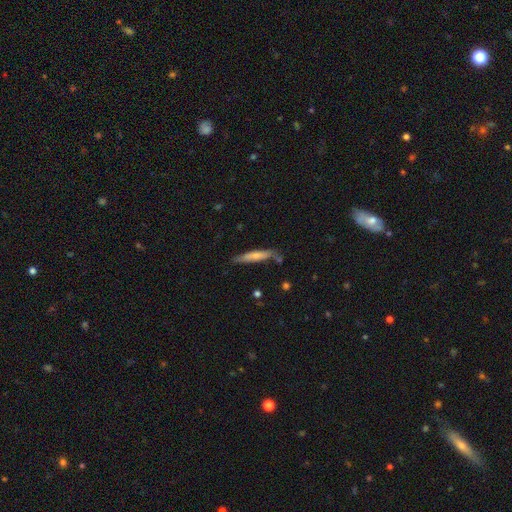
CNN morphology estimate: smooth_or_featured: smooth (p=0.60) [alt: featured or disk p=0.34]
how_rounded: cigar-shaped (p=0.90) [alt: in between p=0.09]
merging: none (p=0.73) [alt: minor disturbance p=0.18]